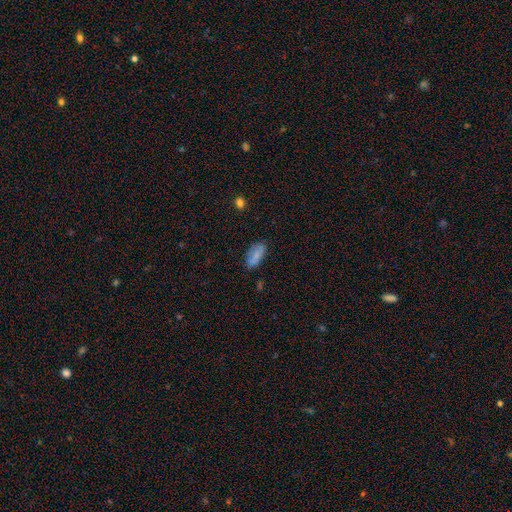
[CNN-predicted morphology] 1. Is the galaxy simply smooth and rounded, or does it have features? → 76% smooth, 14% featured or disk, 10% star or artifact.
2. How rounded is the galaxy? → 90% in between, 8% cigar-shaped, 3% round.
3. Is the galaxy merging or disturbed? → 75% none, 18% minor disturbance, 5% major disturbance, 3% merger.